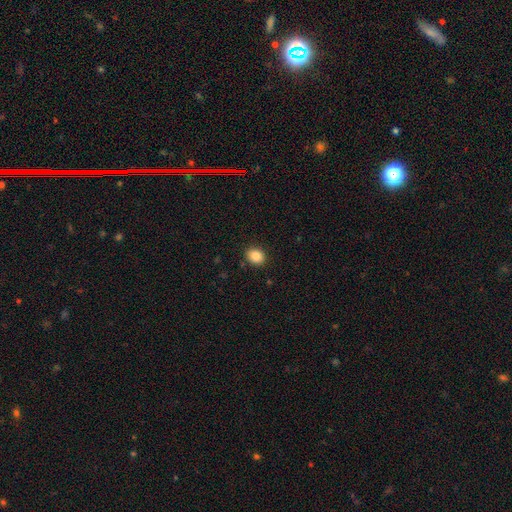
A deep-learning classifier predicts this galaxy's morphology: Overall: smooth (86%). How rounded: round (54%; in between 45%). Merging: none (89%).